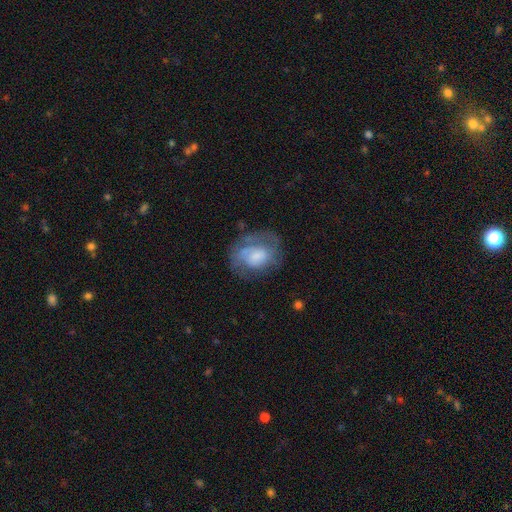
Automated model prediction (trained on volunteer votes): Overall: featured or disk (55%; smooth 36%). Edge-on disk: no (97%). Bar: no (66%; weak 28%). Spiral arms: yes (68%; no 32%). Bulge size: moderate (27%; large 25%). Merging: none (54%; minor disturbance 23%).